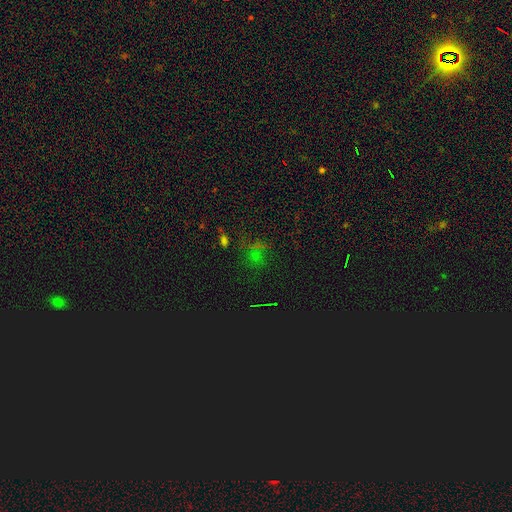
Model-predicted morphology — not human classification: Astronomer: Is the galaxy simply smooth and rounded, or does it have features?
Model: star or artifact — 62%.